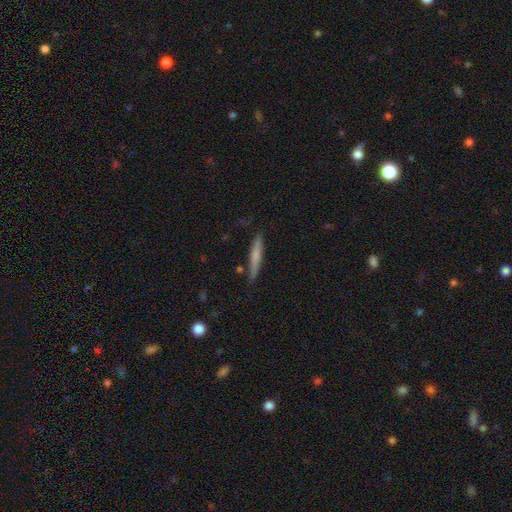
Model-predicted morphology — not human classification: This is likely a smooth galaxy (65%). How rounded: clearly cigar-shaped (94%). Merging: clearly none (83%).